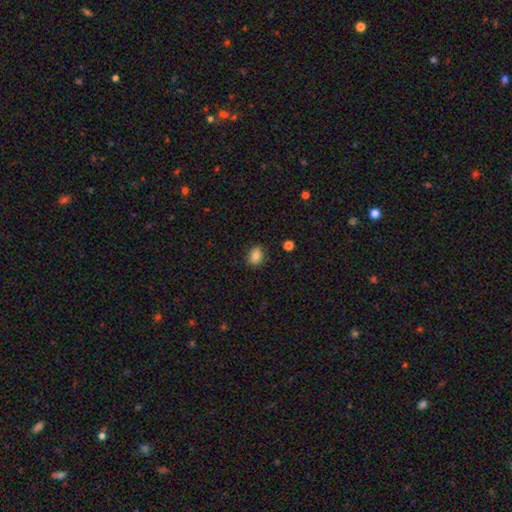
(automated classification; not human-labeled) Q: Smooth or featured?
A: smooth (82%); runner-up: star or artifact (10%)
Q: How rounded?
A: in between (55%); runner-up: round (44%)
Q: Merging?
A: none (85%); runner-up: minor disturbance (11%)